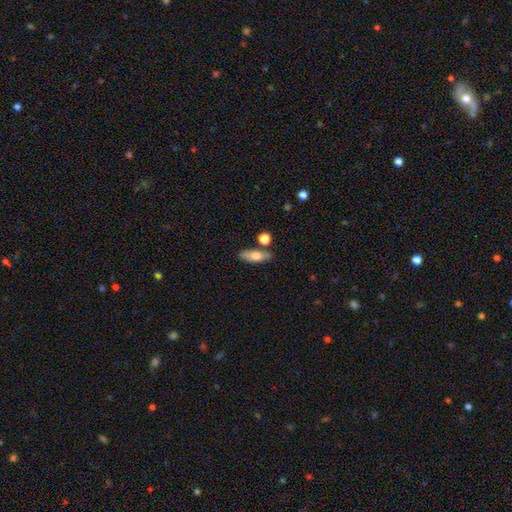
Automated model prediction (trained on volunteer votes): smooth 68%, featured or disk 25%, star or artifact 7%. Down the decision tree: how rounded — in between (71%); merging — none (72%).